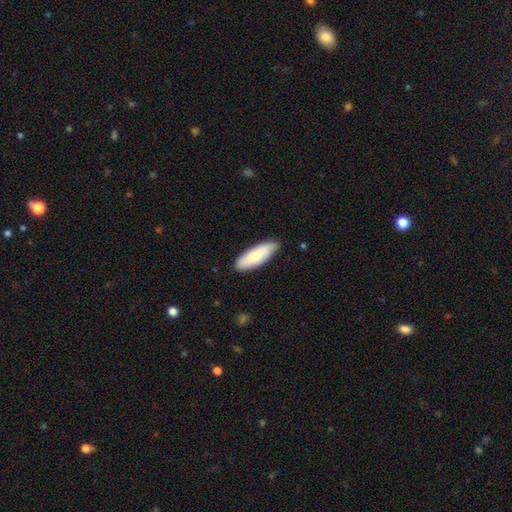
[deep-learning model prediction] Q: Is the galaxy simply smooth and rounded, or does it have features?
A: smooth — 74%.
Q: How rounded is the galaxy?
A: in between — 66%.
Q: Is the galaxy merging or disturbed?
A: none — 82%.